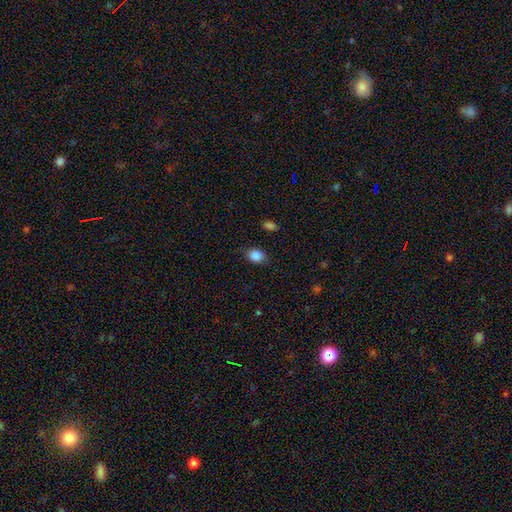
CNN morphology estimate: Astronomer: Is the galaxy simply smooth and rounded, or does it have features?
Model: smooth — 86%.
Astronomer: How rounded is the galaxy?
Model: in between — 55% (runner-up: round, 44%).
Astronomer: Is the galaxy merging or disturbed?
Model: none — 81%.